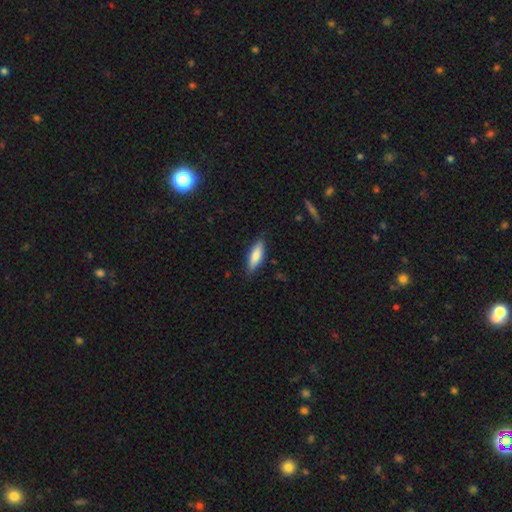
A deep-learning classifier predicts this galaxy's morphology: Overall: smooth (76%). How rounded: in between (54%; cigar-shaped 44%). Merging: none (81%).